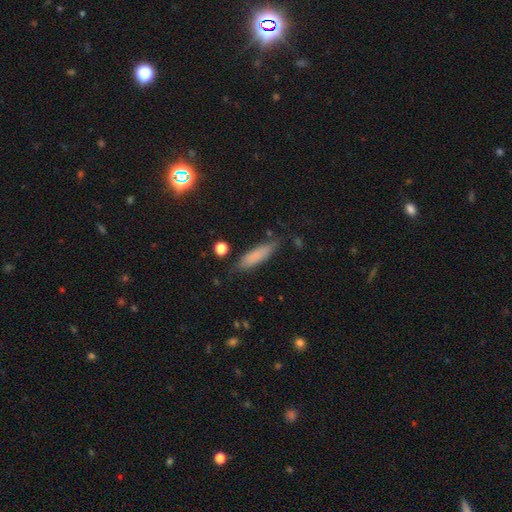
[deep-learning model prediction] Morphology: type=smooth (80%); roundness=cigar-shaped (70%); merging=none (80%).